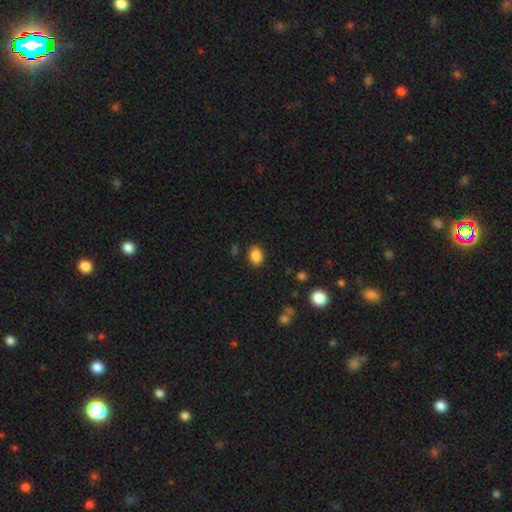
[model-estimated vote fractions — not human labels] Smooth or featured? Predicted: smooth (p=0.86). How rounded? Predicted: in between (p=0.77). Merging? Predicted: none (p=0.85).